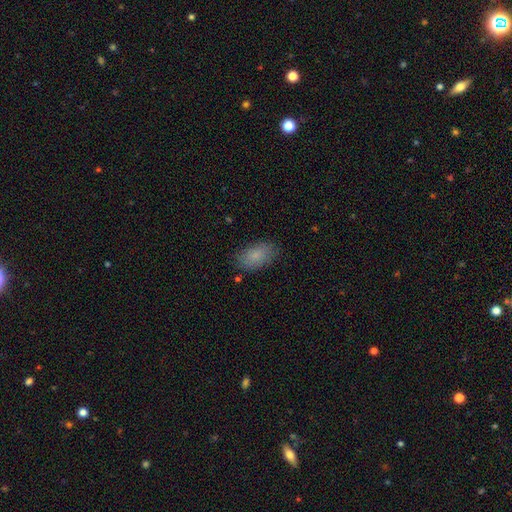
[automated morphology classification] smooth 83%, featured or disk 9%, star or artifact 8%. Down the decision tree: how rounded — in between (92%); merging — none (82%).